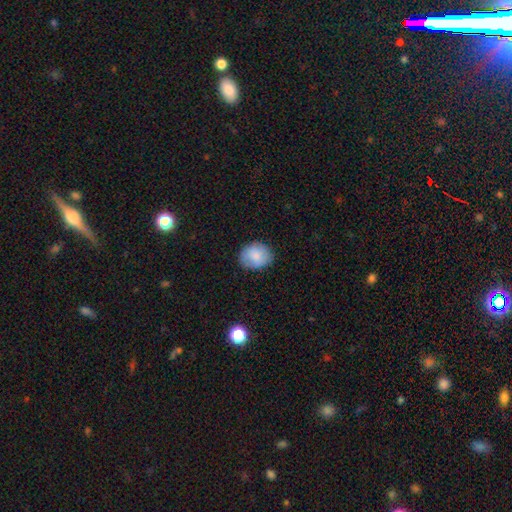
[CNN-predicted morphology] Smooth or featured?
  - smooth: 83% *
  - featured or disk: 10%
  - star or artifact: 7%
How rounded?
  - round: 59% *
  - in between: 40%
  - cigar-shaped: 1%
Merging?
  - none: 83% *
  - minor disturbance: 13%
  - major disturbance: 3%
  - merger: 1%